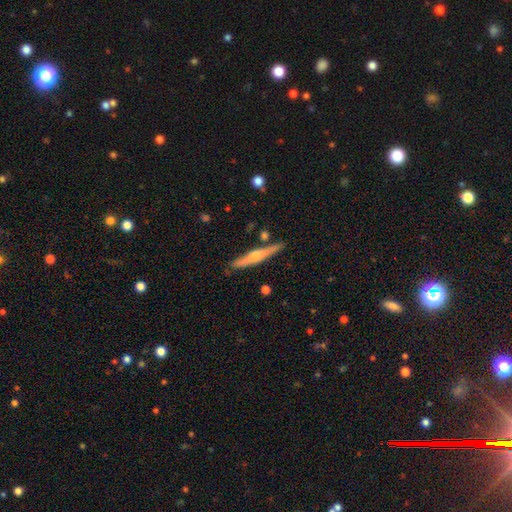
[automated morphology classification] The model was most divided on "smooth or featured": featured or disk: 66%, smooth: 27%, star or artifact: 6%. More confident: edge-on disk — yes (97%); merging — none (86%); edge-on bulge — rounded (82%).